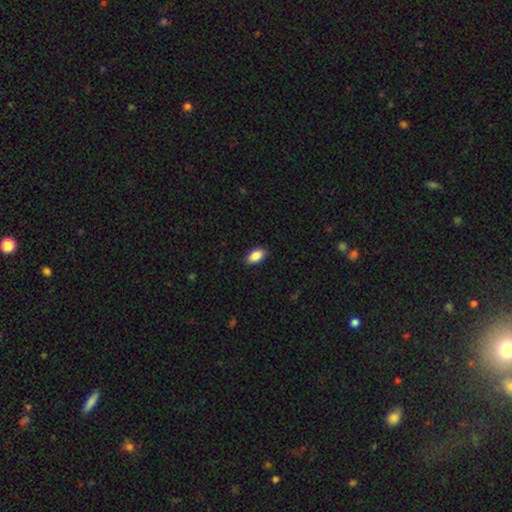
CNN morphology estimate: type=smooth (89%); roundness=in between (93%); merging=none (89%).